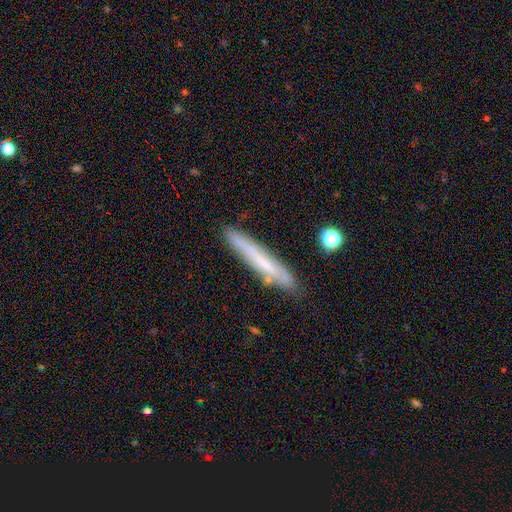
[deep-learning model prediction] Smooth or featured? Predicted: smooth (p=0.49). Merging? Predicted: none (p=0.82).